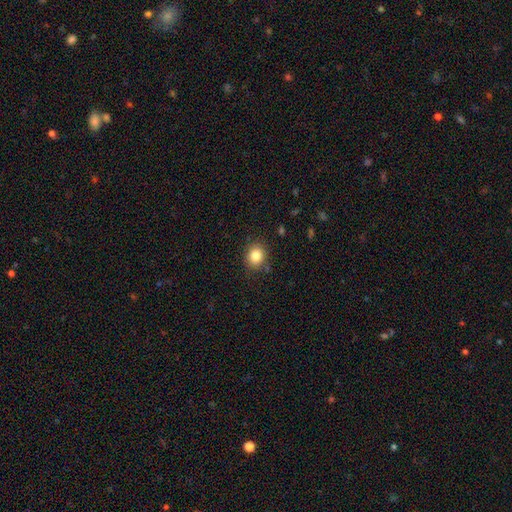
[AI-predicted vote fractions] Smooth or featured: smooth — 84% (star or artifact — 10%)
How rounded: round — 70% (in between — 29%)
Merging: none — 84% (minor disturbance — 11%)